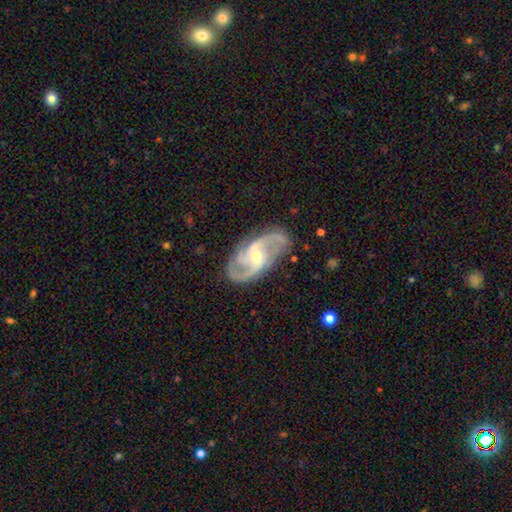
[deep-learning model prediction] smooth-or-featured: featured or disk: 91% | star or artifact: 5% | smooth: 5%
  disk-edge-on: no: 96% | yes: 4%
    bar: weak: 47% | no: 30% | strong: 24%
    has-spiral-arms: yes: 98% | no: 2%
      spiral-winding: medium: 55% | loose: 30% | tight: 15%
      spiral-arm-count: 2: 79% | 3: 11% | can't tell: 4% | 4: 2% | 1: 2% | more than 4: 2%
    bulge-size: small: 55% | moderate: 41% | large: 2% | none: 1% | dominant: 1%
  merging: none: 79% | minor disturbance: 15% | major disturbance: 5% | merger: 2%